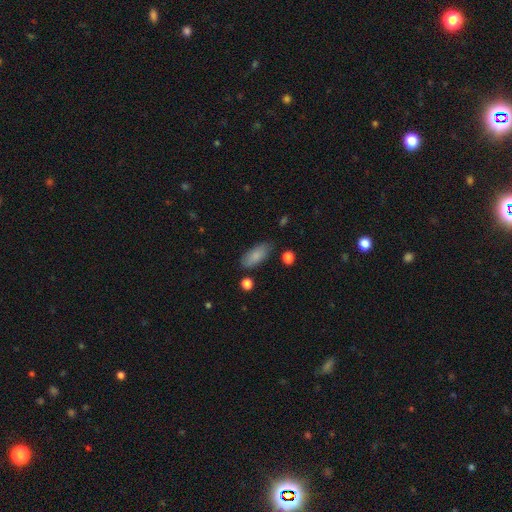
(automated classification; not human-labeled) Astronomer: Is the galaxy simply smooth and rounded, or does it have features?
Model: smooth — 85%.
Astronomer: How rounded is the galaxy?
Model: in between — 83%.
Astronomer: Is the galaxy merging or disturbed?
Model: none — 79%.